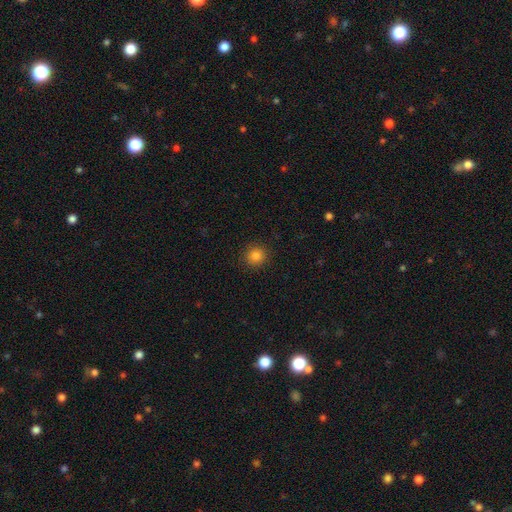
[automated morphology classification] The model was most divided on "smooth or featured": smooth: 84%, star or artifact: 12%, featured or disk: 4%. More confident: how rounded — round (91%); merging — none (91%).